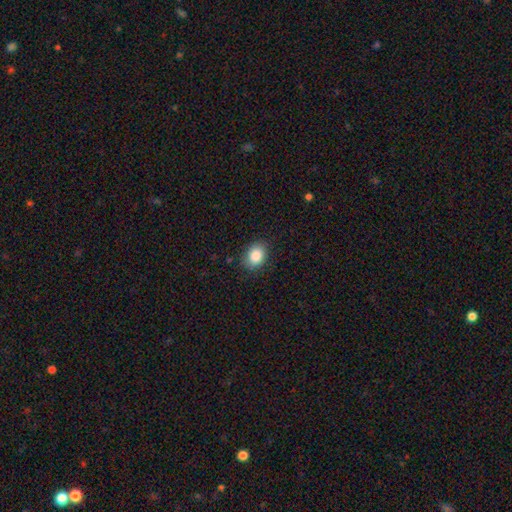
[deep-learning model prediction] The model was most divided on "how rounded": in between: 63%, round: 36%, cigar-shaped: 1%. More confident: smooth or featured — smooth (87%); merging — none (83%).